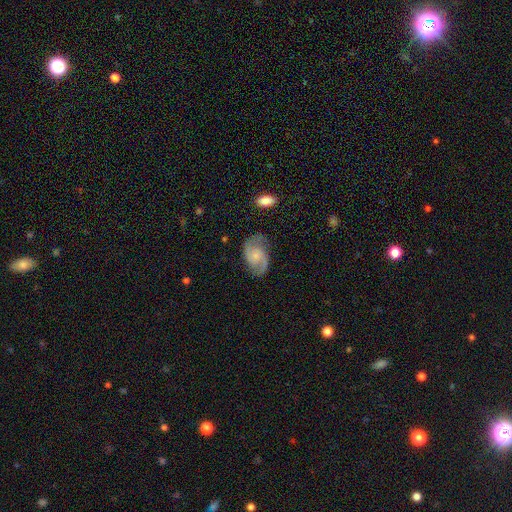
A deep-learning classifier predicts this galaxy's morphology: Smooth or featured?
  - featured or disk: 85% *
  - smooth: 10%
  - star or artifact: 5%
Edge-on disk?
  - no: 98% *
  - yes: 2%
Bar?
  - no: 60% *
  - weak: 34%
  - strong: 6%
Spiral arms?
  - yes: 97% *
  - no: 3%
Spiral winding?
  - medium: 56% *
  - loose: 25%
  - tight: 19%
Spiral arm count?
  - 2: 92% *
  - can't tell: 3%
  - 1: 2%
  - 3: 1%
  - 4: 1%
  - more than 4: 1%
Bulge size?
  - small: 58% *
  - moderate: 24%
  - none: 14%
  - large: 3%
  - dominant: 1%
Merging?
  - none: 78% *
  - minor disturbance: 15%
  - major disturbance: 5%
  - merger: 2%